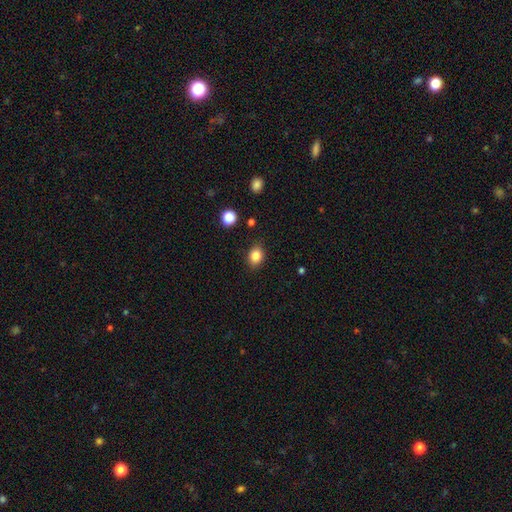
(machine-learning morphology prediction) smooth_or_featured: smooth (p=0.84) [alt: star or artifact p=0.10]
how_rounded: in between (p=0.55) [alt: round p=0.44]
merging: none (p=0.87) [alt: minor disturbance p=0.09]